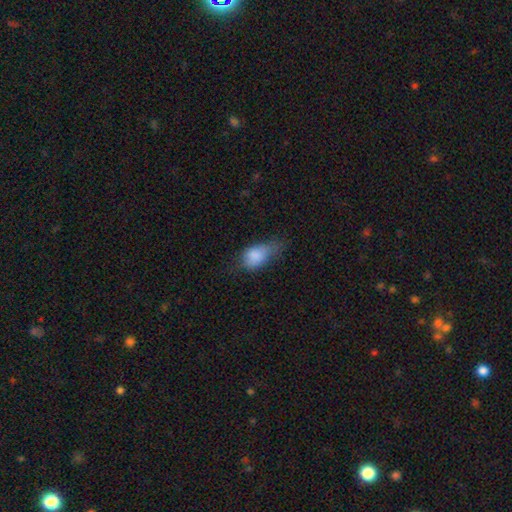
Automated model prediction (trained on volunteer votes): A smooth galaxy with no disk features (77%) that is in between round and cigar-shaped (83%).

Vote fractions:
- Smooth or featured? smooth: 77% / featured or disk: 13% / star or artifact: 9%
- How rounded? in between: 83% / round: 13% / cigar-shaped: 4%
- Merging? minor disturbance: 41% / major disturbance: 29% / none: 27% / merger: 3%